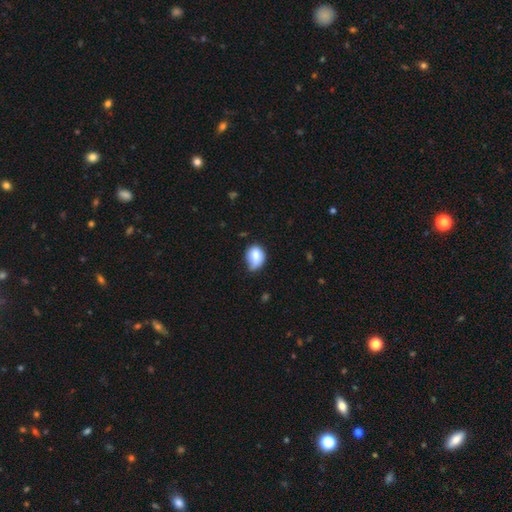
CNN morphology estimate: Smooth or featured: smooth — 79% (featured or disk — 13%)
How rounded: in between — 64% (round — 35%)
Merging: minor disturbance — 43% (tied with none — 43%)